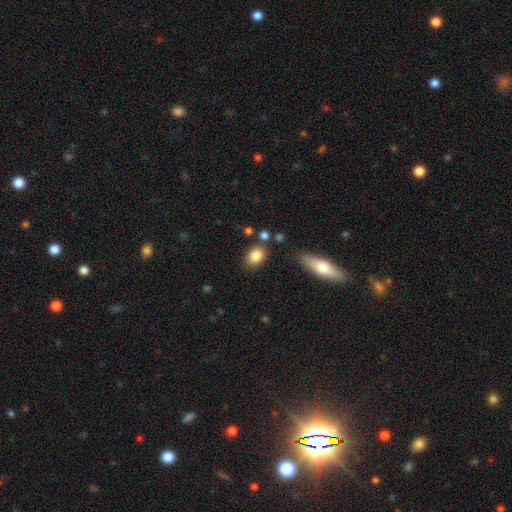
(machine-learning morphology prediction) Smooth or featured: smooth — 85% (star or artifact — 8%)
How rounded: in between — 69% (round — 29%)
Merging: none — 76% (minor disturbance — 13%)